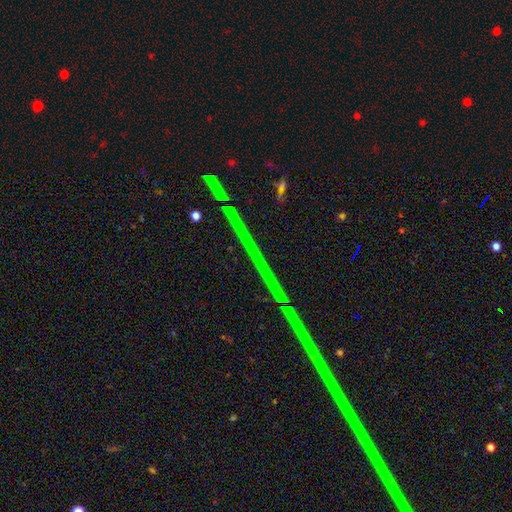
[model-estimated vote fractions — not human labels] Morphology: type=star or artifact (87%).